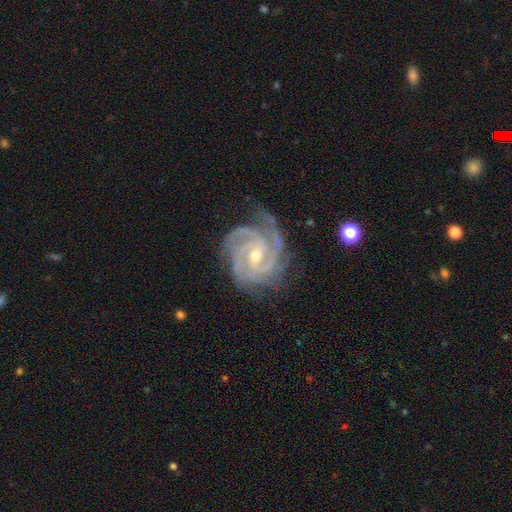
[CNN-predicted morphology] Smooth or featured? Predicted: featured or disk (p=0.94). Edge-on disk? Predicted: no (p=0.98). Bar? Predicted: no (p=0.43). Spiral arms? Predicted: yes (p=0.99). Spiral winding? Predicted: tight (p=0.70). Spiral arm count? Predicted: 3 (p=0.49). Bulge size? Predicted: small (p=0.49). Merging? Predicted: none (p=0.74).